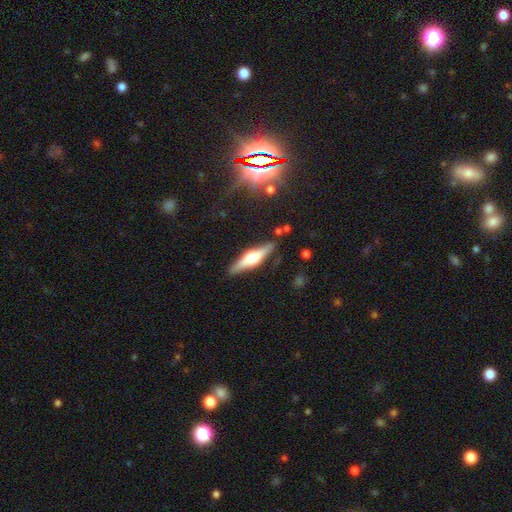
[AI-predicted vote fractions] featured or disk 64%, smooth 30%, star or artifact 6%. Down the decision tree: edge-on disk — yes (96%); edge-on bulge — rounded (89%); merging — none (87%).